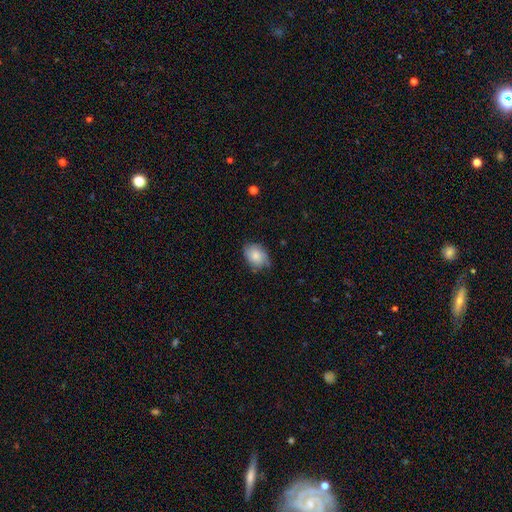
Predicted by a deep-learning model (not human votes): smooth-or-featured: smooth: 79% | featured or disk: 15% | star or artifact: 7%
  how-rounded: in between: 68% | round: 31% | cigar-shaped: 1%
  merging: none: 64% | minor disturbance: 29% | major disturbance: 5% | merger: 1%